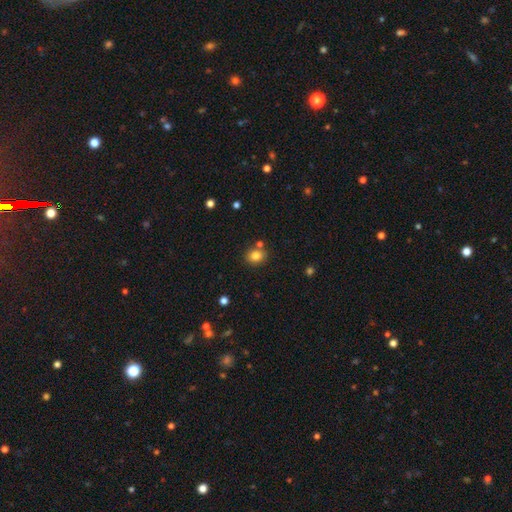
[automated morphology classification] A smooth galaxy with no disk features (82%) that is round (60%). Merging: none (75%).